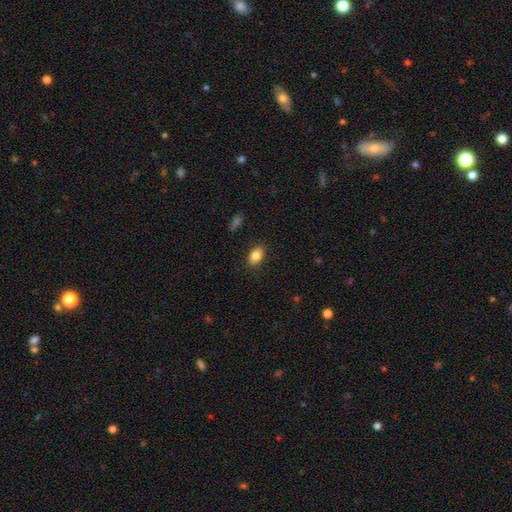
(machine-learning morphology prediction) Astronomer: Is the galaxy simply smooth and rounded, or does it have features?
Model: smooth — 83%.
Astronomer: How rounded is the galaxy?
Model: in between — 88%.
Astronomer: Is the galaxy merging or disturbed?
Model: none — 87%.